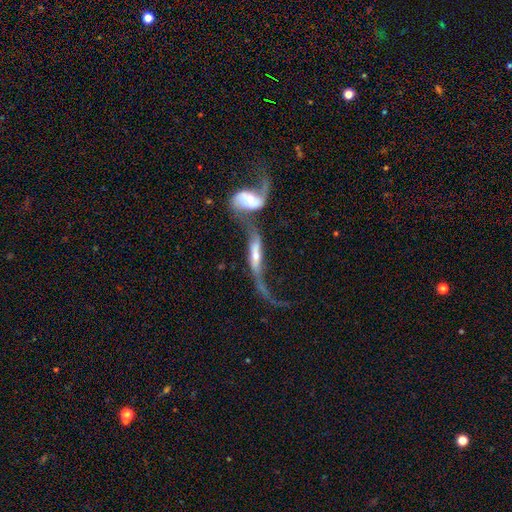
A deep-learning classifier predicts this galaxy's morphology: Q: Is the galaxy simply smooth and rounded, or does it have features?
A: featured or disk — 79%.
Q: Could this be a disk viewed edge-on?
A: no — 76%.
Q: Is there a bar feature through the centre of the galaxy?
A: no — 37%.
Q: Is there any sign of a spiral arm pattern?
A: yes — 84%.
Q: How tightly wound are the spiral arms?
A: loose — 89%.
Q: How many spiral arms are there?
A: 2 — 74%.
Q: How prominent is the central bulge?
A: small — 43%.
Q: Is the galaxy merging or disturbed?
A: merger — 72%.